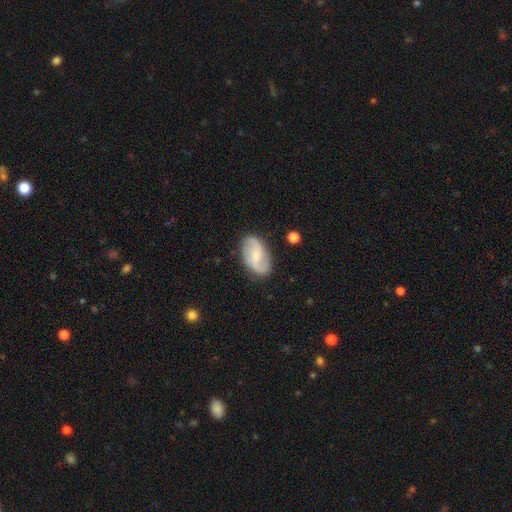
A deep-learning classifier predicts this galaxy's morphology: Q: Smooth or featured?
A: featured or disk (70%); runner-up: smooth (24%)
Q: Edge-on disk?
A: no (96%); runner-up: yes (4%)
Q: Bar?
A: weak (46%); runner-up: no (42%)
Q: Spiral arms?
A: yes (93%); runner-up: no (7%)
Q: Spiral winding?
A: loose (48%); runner-up: medium (37%)
Q: Spiral arm count?
A: 2 (89%); runner-up: can't tell (6%)
Q: Bulge size?
A: small (58%); runner-up: moderate (30%)
Q: Merging?
A: none (81%); runner-up: minor disturbance (14%)